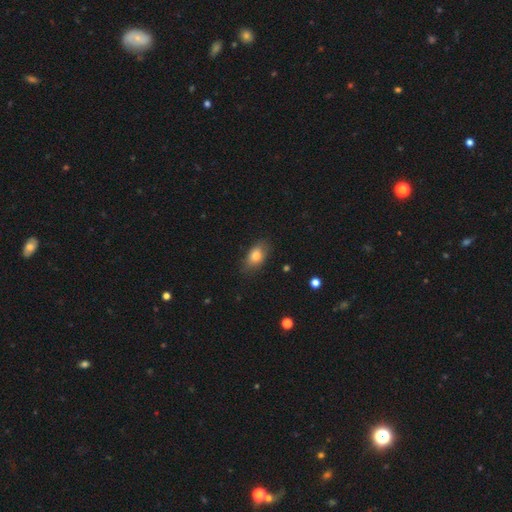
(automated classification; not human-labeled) A smooth galaxy with no disk features (81%) that is in between round and cigar-shaped (86%).

Vote fractions:
- Smooth or featured? smooth: 81% / featured or disk: 11% / star or artifact: 8%
- How rounded? in between: 86% / round: 10% / cigar-shaped: 4%
- Merging? none: 77% / minor disturbance: 18% / major disturbance: 4% / merger: 1%